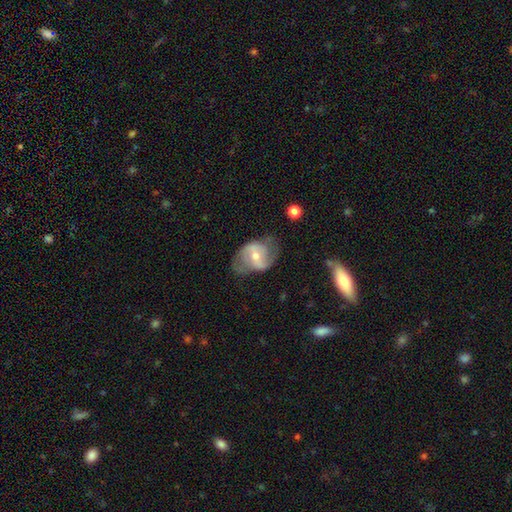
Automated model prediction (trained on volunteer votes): The model was most divided on "spiral winding": medium: 44%, loose: 38%, tight: 18%. Remaining: edge-on disk — no (96%); spiral arm count — 2 (81%); spiral arms — yes (81%); smooth or featured — featured or disk (70%); merging — none (55%); bulge size — moderate (55%); bar — weak (44%).